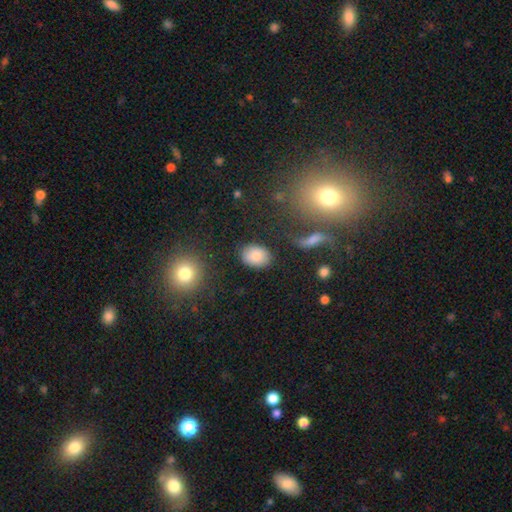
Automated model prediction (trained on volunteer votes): smooth 83%, star or artifact 9%, featured or disk 8%. Down the decision tree: how rounded — in between (73%); merging — none (84%).